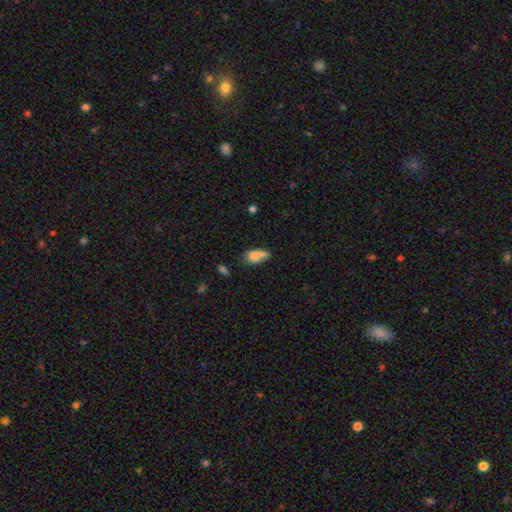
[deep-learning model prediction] Smooth or featured: smooth — 77% (featured or disk — 14%)
How rounded: in between — 88% (cigar-shaped — 8%)
Merging: none — 47% (minor disturbance — 30%)